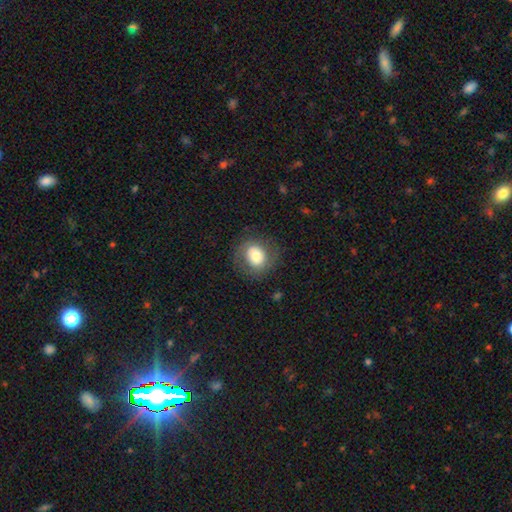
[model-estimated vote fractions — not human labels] A smooth galaxy with no disk features (71%) that is round (69%). Merging: none (79%).